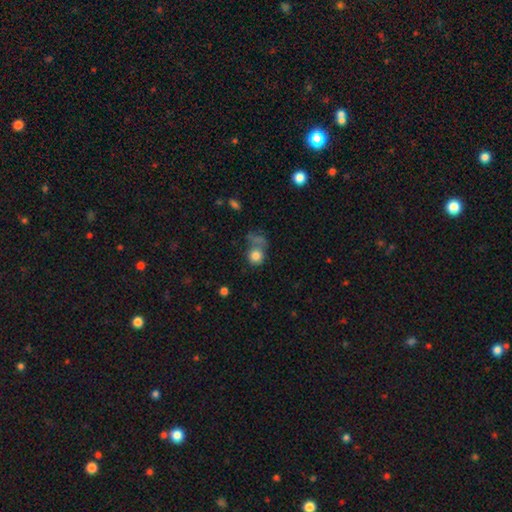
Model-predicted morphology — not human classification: smooth 81%, star or artifact 10%, featured or disk 8%. Down the decision tree: how rounded — round (82%); merging — none (46%).